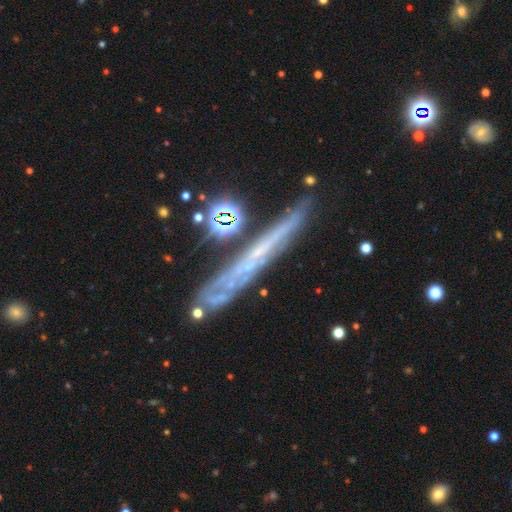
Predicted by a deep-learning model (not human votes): smooth-or-featured: featured or disk: 65% | smooth: 23% | star or artifact: 12%
  disk-edge-on: yes: 79% | no: 21%
    edge-on-bulge: none: 81% | rounded: 14% | boxy: 4%
  merging: none: 72% | minor disturbance: 16% | merger: 6% | major disturbance: 6%